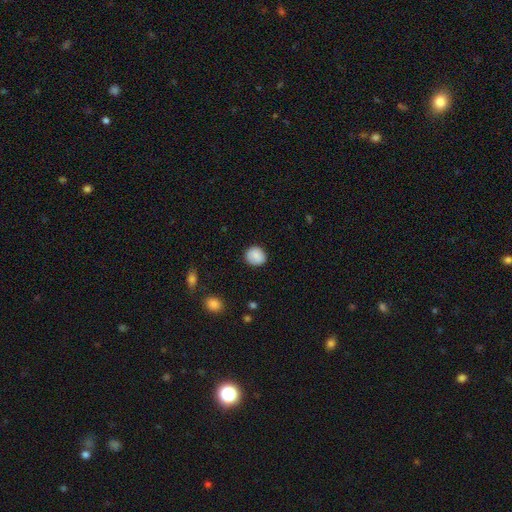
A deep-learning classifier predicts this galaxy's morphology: The model was most divided on "how rounded": round: 87%, in between: 12%, cigar-shaped: 1%. More confident: merging — none (87%); smooth or featured — smooth (85%).